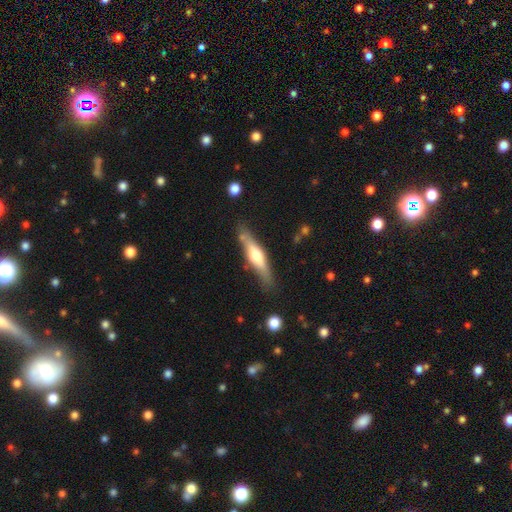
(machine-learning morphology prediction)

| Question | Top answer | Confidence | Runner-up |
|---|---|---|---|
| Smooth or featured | featured or disk | 57% | smooth (37%) |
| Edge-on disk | yes | 92% | no (8%) |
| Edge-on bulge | rounded | 88% | boxy (8%) |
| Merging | none | 78% | minor disturbance (15%) |